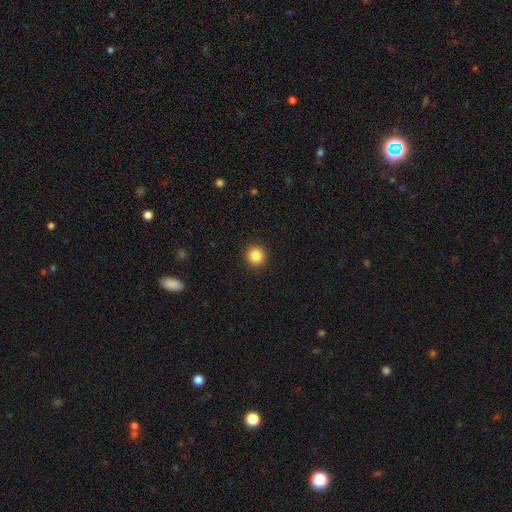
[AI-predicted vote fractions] Smooth or featured? Predicted: smooth (p=0.86). How rounded? Predicted: round (p=0.93). Merging? Predicted: none (p=0.93).